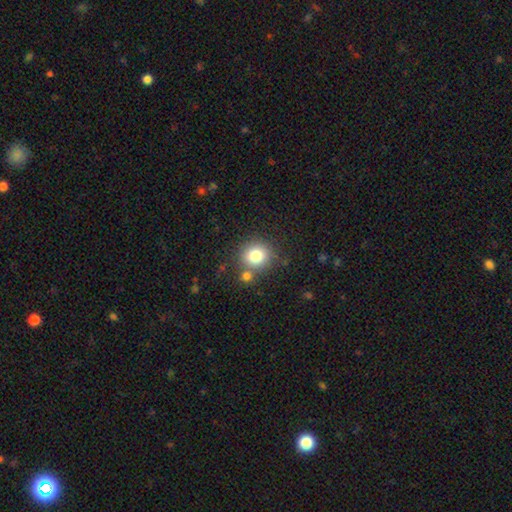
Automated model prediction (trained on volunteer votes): A smooth galaxy with no disk features (78%) that is round (87%). Merging: none (72%).